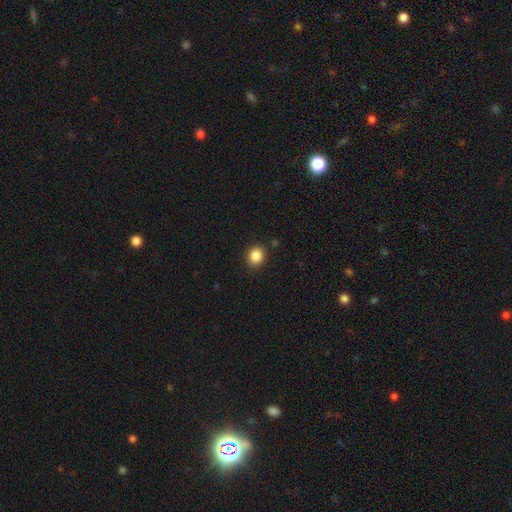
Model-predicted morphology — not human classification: Q: Smooth or featured?
A: smooth (86%); runner-up: star or artifact (10%)
Q: How rounded?
A: round (73%); runner-up: in between (26%)
Q: Merging?
A: none (89%); runner-up: minor disturbance (7%)